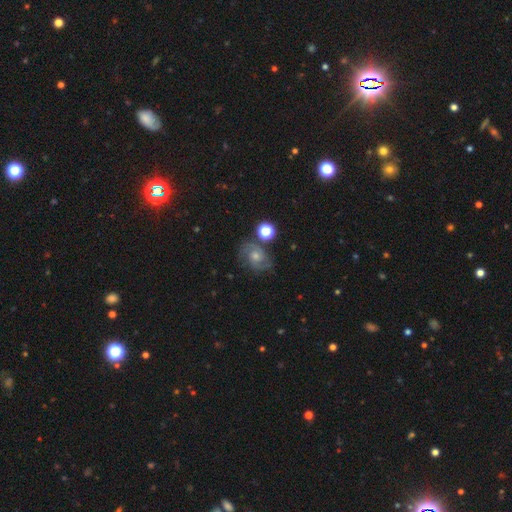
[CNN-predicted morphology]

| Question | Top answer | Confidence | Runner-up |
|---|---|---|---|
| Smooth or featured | featured or disk | 63% | smooth (18%) |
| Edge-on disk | no | 97% | yes (3%) |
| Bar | no | 68% | weak (28%) |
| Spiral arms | yes | 91% | no (9%) |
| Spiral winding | medium | 46% | tight (40%) |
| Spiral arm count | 2 | 58% | can't tell (20%) |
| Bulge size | moderate | 50% | small (41%) |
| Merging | none | 75% | minor disturbance (15%) |